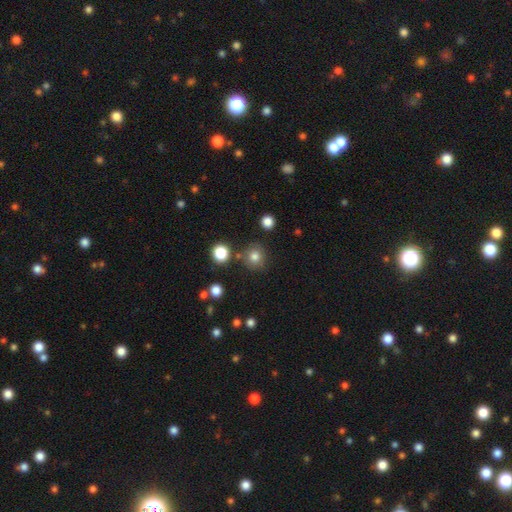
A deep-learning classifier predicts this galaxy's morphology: smooth-or-featured: smooth: 73% | star or artifact: 20% | featured or disk: 7%
  how-rounded: round: 91% | in between: 8% | cigar-shaped: 1%
  merging: none: 84% | minor disturbance: 8% | merger: 5% | major disturbance: 3%